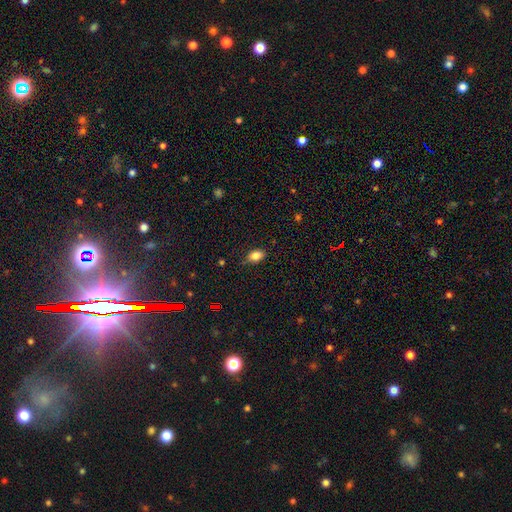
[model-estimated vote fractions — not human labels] smooth 83%, star or artifact 10%, featured or disk 7%. Down the decision tree: how rounded — in between (85%); merging — none (78%).